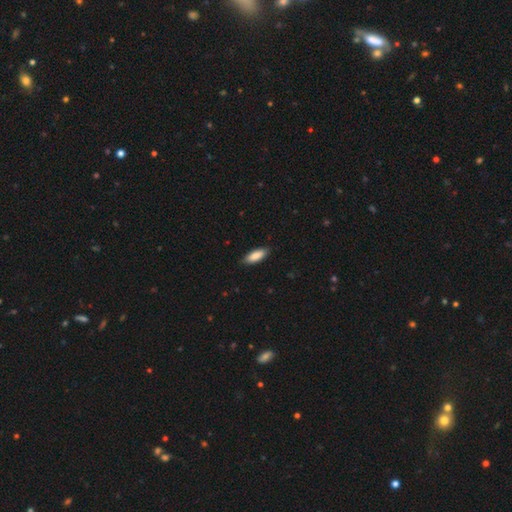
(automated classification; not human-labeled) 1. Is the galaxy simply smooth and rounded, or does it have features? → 86% smooth, 8% featured or disk, 5% star or artifact.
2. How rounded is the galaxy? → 70% in between, 28% cigar-shaped, 2% round.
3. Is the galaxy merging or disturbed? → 86% none, 11% minor disturbance, 2% major disturbance, 1% merger.